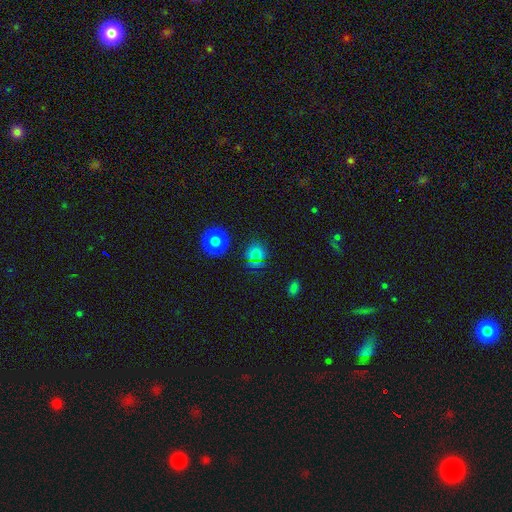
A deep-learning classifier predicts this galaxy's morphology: smooth_or_featured: smooth (p=0.71) [alt: star or artifact p=0.22]
how_rounded: round (p=0.86) [alt: in between p=0.13]
merging: none (p=0.85) [alt: minor disturbance p=0.09]